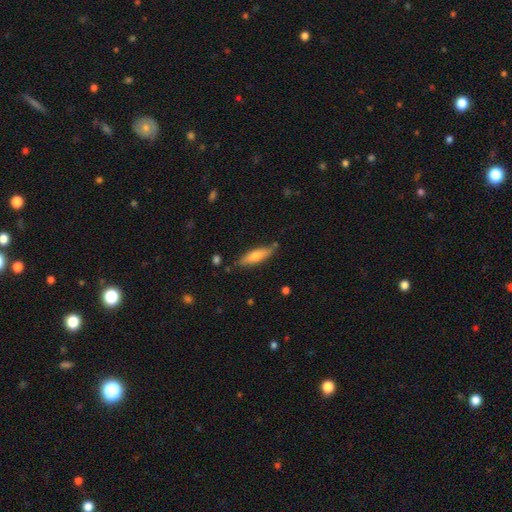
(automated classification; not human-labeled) Smooth or featured: smooth — 60% (featured or disk — 33%)
How rounded: cigar-shaped — 68% (in between — 30%)
Merging: none — 81% (minor disturbance — 14%)